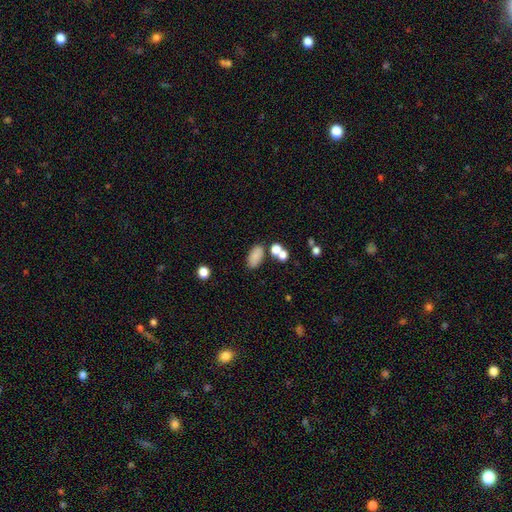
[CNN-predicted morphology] This appears to be a smooth galaxy with no disk features (81%) that is in between round and cigar-shaped (91%). Merging: none (71%).